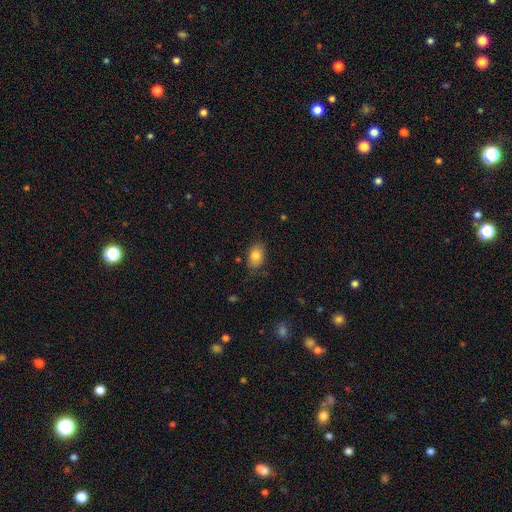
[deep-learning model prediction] smooth 82%, featured or disk 9%, star or artifact 9%. Down the decision tree: how rounded — in between (82%); merging — none (80%).